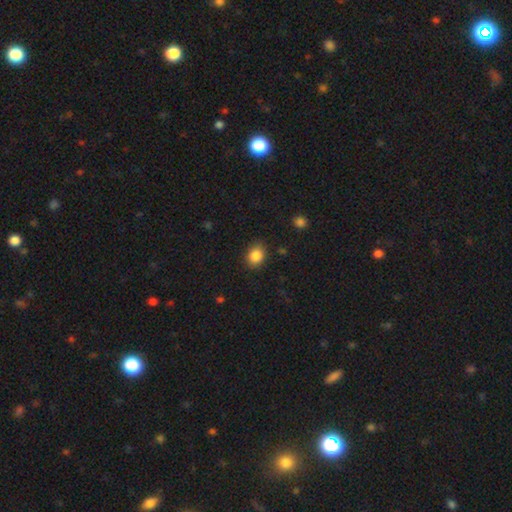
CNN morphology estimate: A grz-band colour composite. It shows a smooth galaxy with no disk features (86%) that is round (54%). Merging: none (84%).